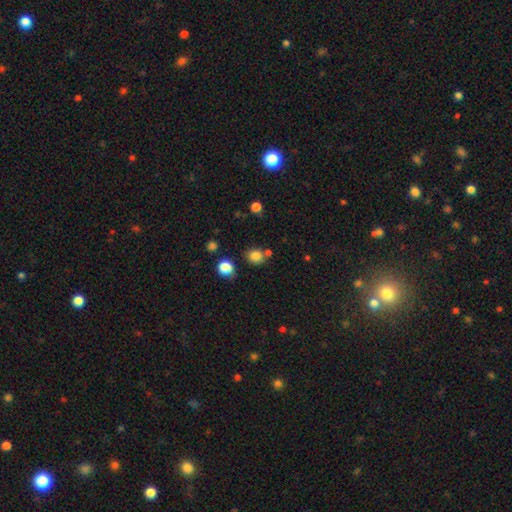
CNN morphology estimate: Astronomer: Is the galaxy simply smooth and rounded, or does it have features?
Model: smooth — 82%.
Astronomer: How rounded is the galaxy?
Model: round — 78%.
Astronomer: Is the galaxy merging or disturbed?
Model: none — 72%.